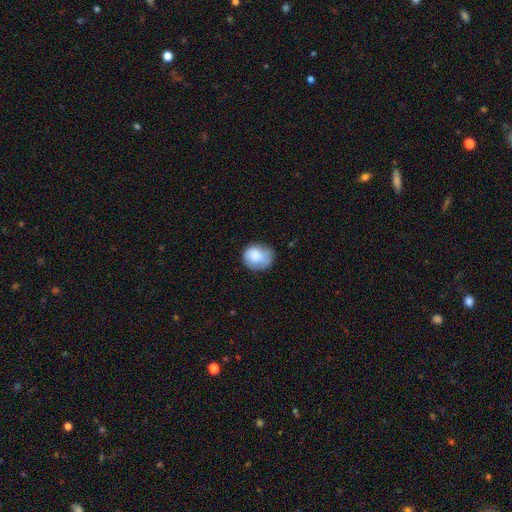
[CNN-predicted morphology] The model was most divided on "merging": none: 61%, minor disturbance: 29%, major disturbance: 9%, merger: 2%. More confident: smooth or featured — smooth (80%); how rounded — round (66%).